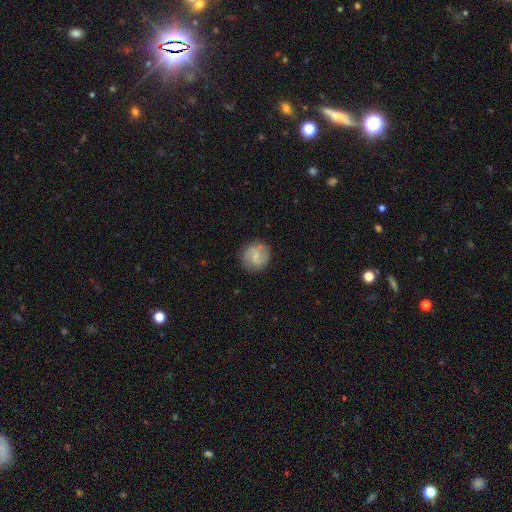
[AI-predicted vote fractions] The model was most divided on "smooth or featured": featured or disk: 52%, smooth: 42%, star or artifact: 7%. More confident: edge-on disk — no (98%); spiral arms — yes (87%); merging — none (84%); bulge size — small (60%); bar — weak (50%).